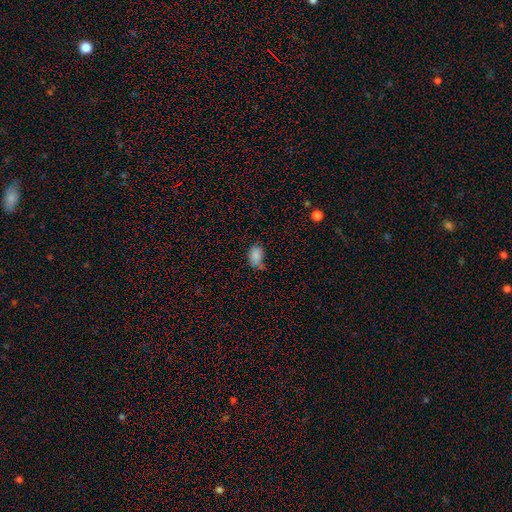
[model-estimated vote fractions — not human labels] smooth-or-featured: smooth: 81% | star or artifact: 12% | featured or disk: 7%
  how-rounded: in between: 83% | round: 15% | cigar-shaped: 1%
  merging: none: 45% | minor disturbance: 35% | major disturbance: 13% | merger: 8%